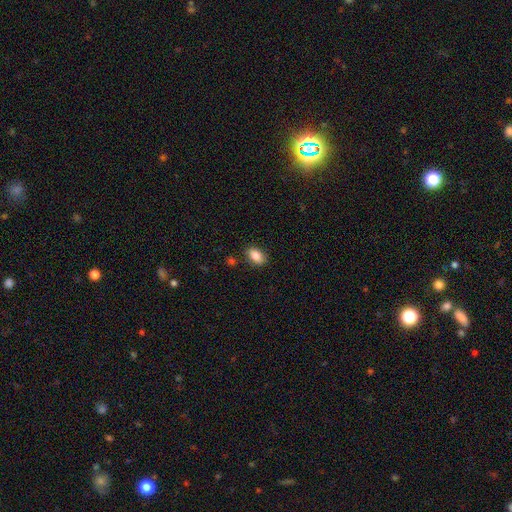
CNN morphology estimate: Smooth or featured? Predicted: smooth (p=0.86). How rounded? Predicted: in between (p=0.88). Merging? Predicted: none (p=0.83).